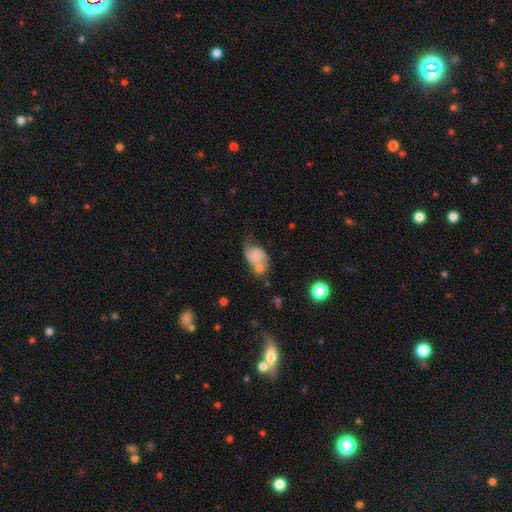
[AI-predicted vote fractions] This appears to be a smooth galaxy with no disk features (57%) that is in between round and cigar-shaped (80%). Merging: merger (40%).